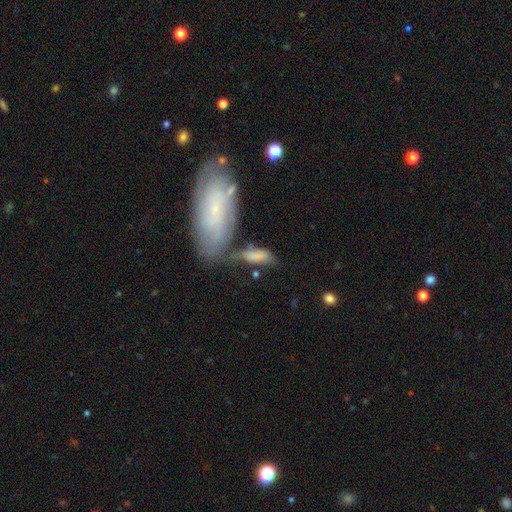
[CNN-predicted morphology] Smooth or featured? smooth (69%)
How rounded? in between (66%)
Merging? none (38%)